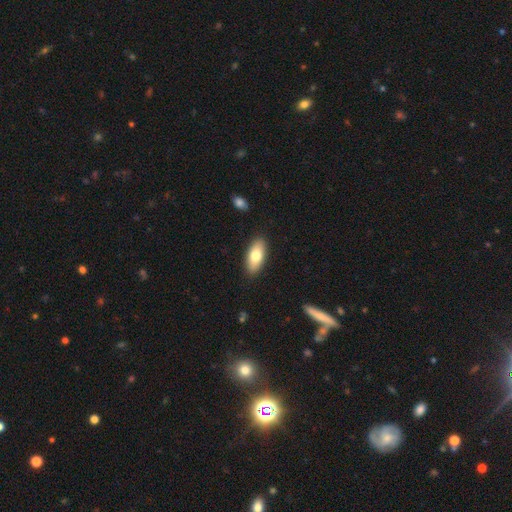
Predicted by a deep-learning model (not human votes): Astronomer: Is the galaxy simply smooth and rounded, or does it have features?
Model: smooth — 77%.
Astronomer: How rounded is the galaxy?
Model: in between — 86%.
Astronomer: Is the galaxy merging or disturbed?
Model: none — 88%.